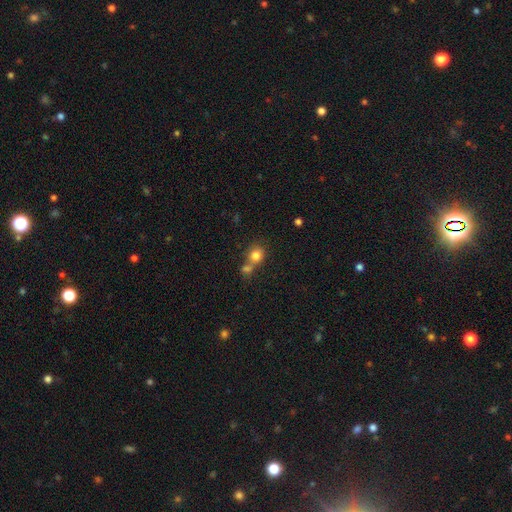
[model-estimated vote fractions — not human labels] Smooth or featured? smooth (80%)
How rounded? round (79%)
Merging? merger (46%)